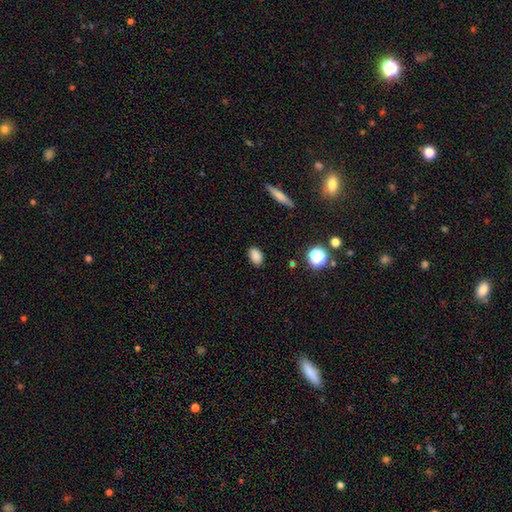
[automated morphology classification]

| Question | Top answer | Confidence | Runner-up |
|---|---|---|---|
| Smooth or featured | smooth | 85% | star or artifact (11%) |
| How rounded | in between | 85% | round (12%) |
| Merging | none | 87% | minor disturbance (10%) |